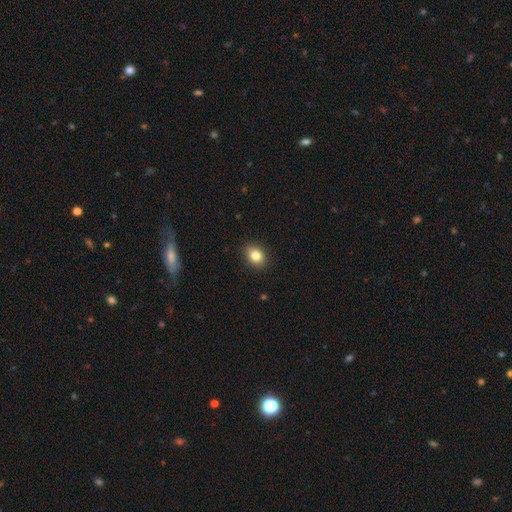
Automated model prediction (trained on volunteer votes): Smooth or featured? Predicted: smooth (p=0.82). How rounded? Predicted: in between (p=0.59). Merging? Predicted: none (p=0.88).